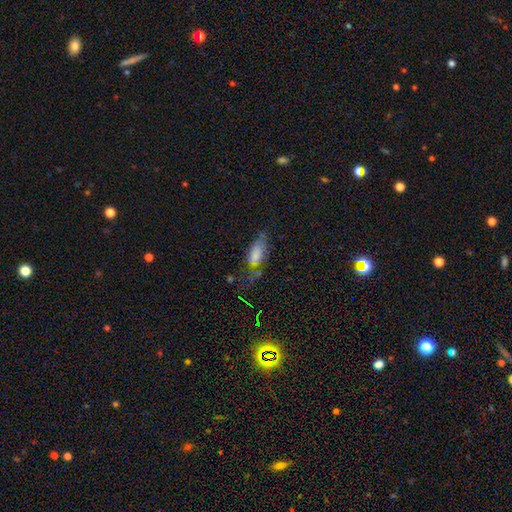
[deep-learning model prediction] smooth 70%, featured or disk 17%, star or artifact 13%. Down the decision tree: how rounded — in between (82%); merging — none (43%).